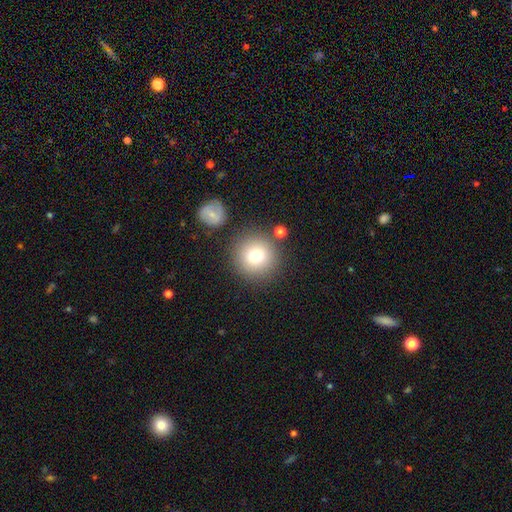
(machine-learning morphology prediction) smooth_or_featured: smooth (p=0.77) [alt: featured or disk p=0.12]
how_rounded: round (p=0.94) [alt: in between p=0.05]
merging: none (p=0.82) [alt: minor disturbance p=0.09]